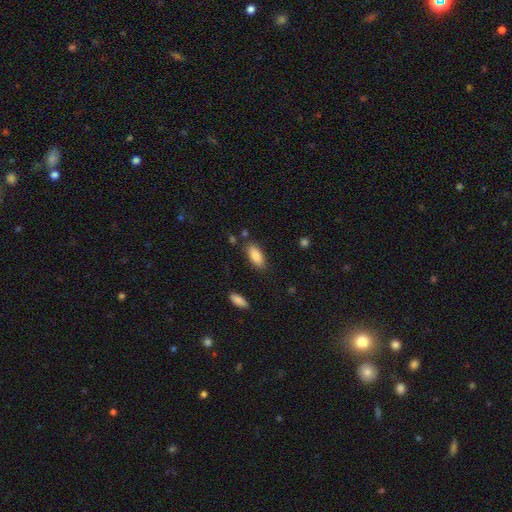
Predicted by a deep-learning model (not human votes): Smooth or featured? smooth (87%)
How rounded? in between (82%)
Merging? none (81%)